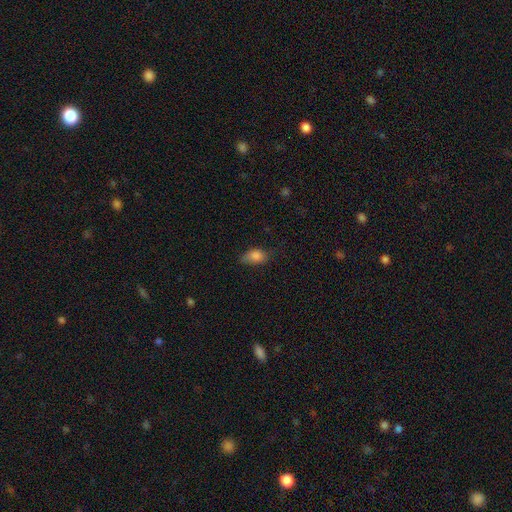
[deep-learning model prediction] This is clearly a smooth galaxy (84%). How rounded: clearly in between (85%). Merging: likely none (60%).